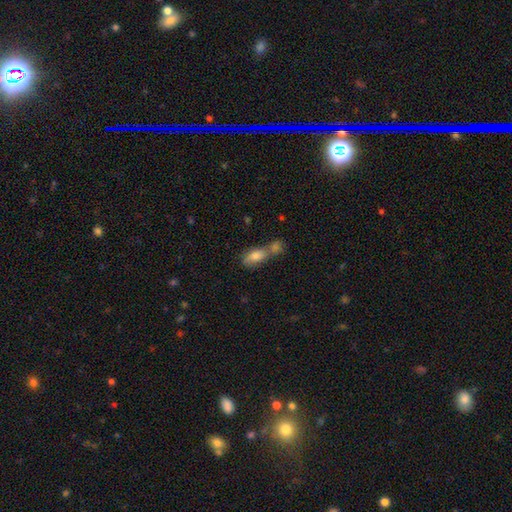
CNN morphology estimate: smooth 75%, featured or disk 15%, star or artifact 10%. Down the decision tree: how rounded — in between (77%); merging — merger (56%).